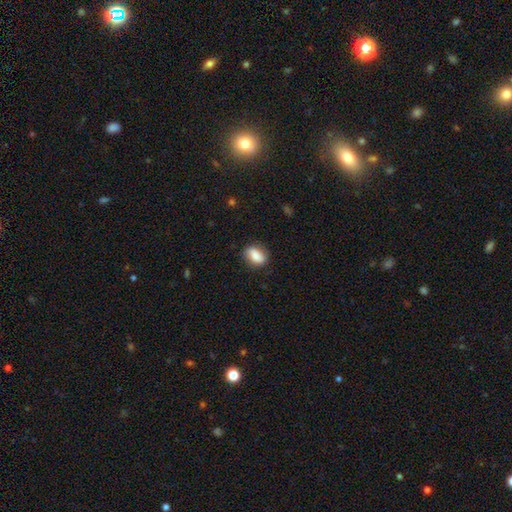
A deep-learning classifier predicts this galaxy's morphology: smooth-or-featured: smooth: 80% | featured or disk: 13% | star or artifact: 7%
  how-rounded: in between: 78% | round: 18% | cigar-shaped: 4%
  merging: none: 79% | minor disturbance: 16% | major disturbance: 4% | merger: 1%